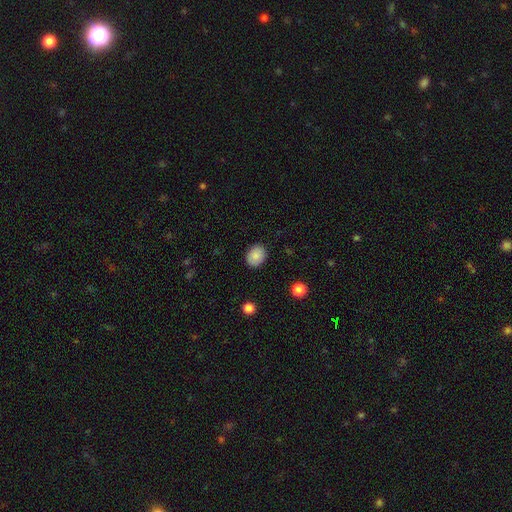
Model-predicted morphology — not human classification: A smooth galaxy with no disk features (86%) that is in between round and cigar-shaped (51%). Merging: none (88%).